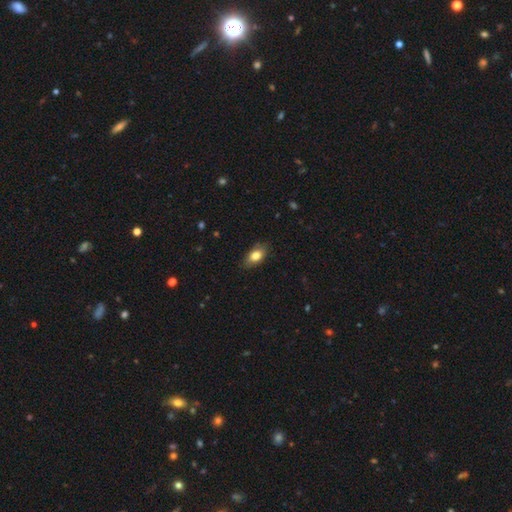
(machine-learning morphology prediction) Overall: smooth (80%). How rounded: in between (89%). Merging: none (82%).